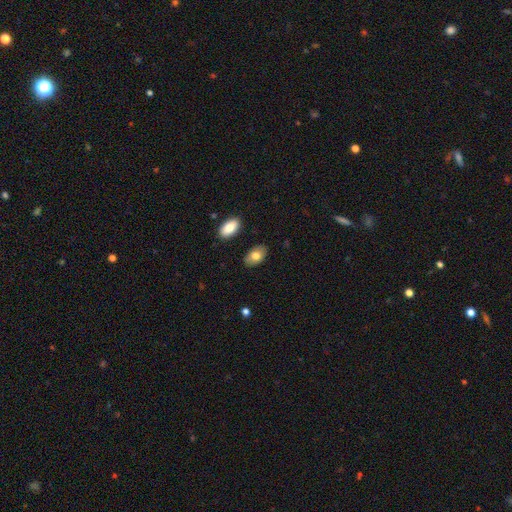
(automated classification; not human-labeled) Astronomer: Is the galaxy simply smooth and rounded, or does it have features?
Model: smooth — 78%.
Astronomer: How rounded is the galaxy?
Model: in between — 93%.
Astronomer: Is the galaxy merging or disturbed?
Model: none — 83%.